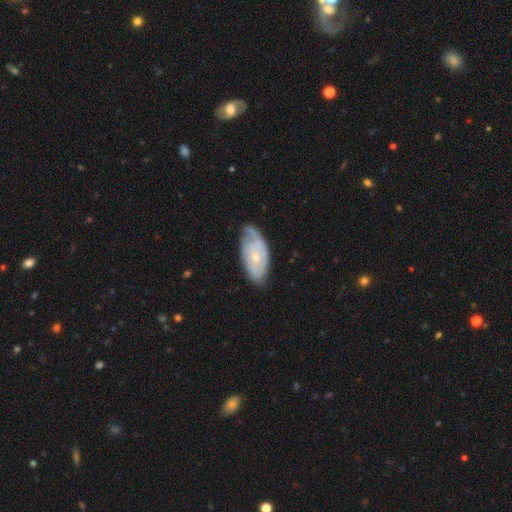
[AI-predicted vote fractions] This appears to be a featured or disk galaxy (59%) with no bar (80%), spiral arms (73%) and a small central bulge (67%). Merging: none (52%).